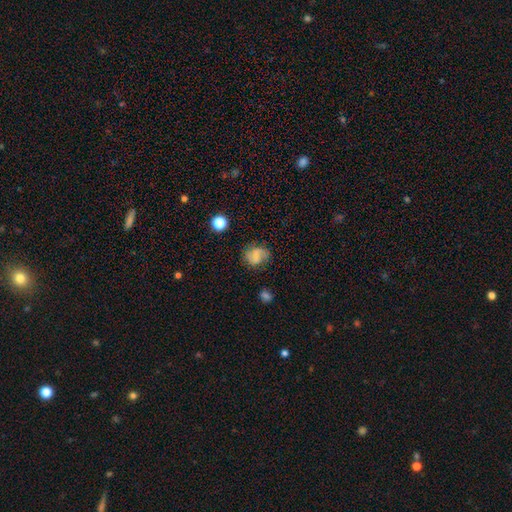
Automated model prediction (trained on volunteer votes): A smooth galaxy with no disk features (54%) that is round (65%). Merging: none (67%).